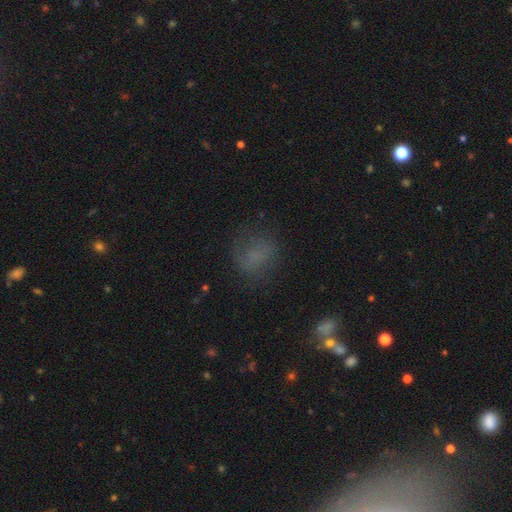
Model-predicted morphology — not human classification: smooth 64%, star or artifact 20%, featured or disk 16%. Down the decision tree: how rounded — round (52%); merging — none (65%).